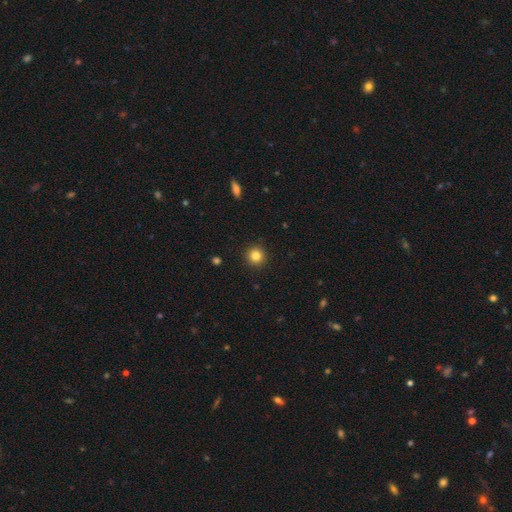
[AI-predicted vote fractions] Smooth or featured? smooth (83%)
How rounded? round (95%)
Merging? none (92%)